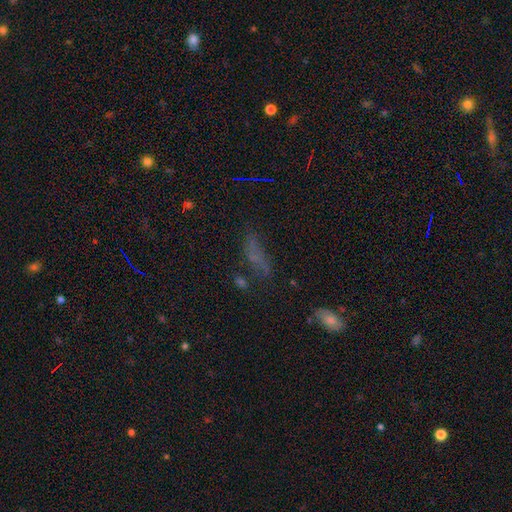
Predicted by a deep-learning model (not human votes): A smooth galaxy with no disk features (50%) that is in between round and cigar-shaped (51%). Merging: none (51%).